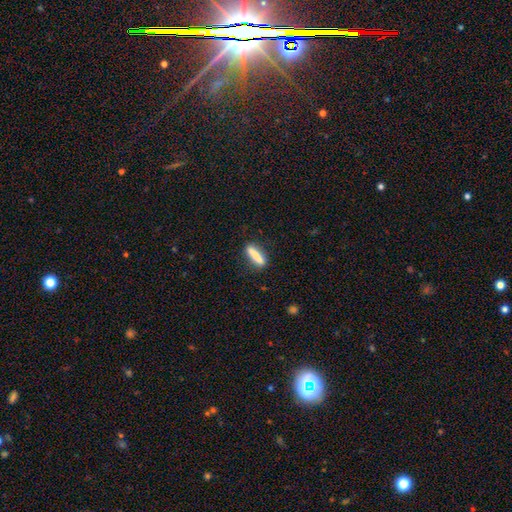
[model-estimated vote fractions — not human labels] Overall: smooth (78%). How rounded: cigar-shaped (82%). Merging: none (86%).